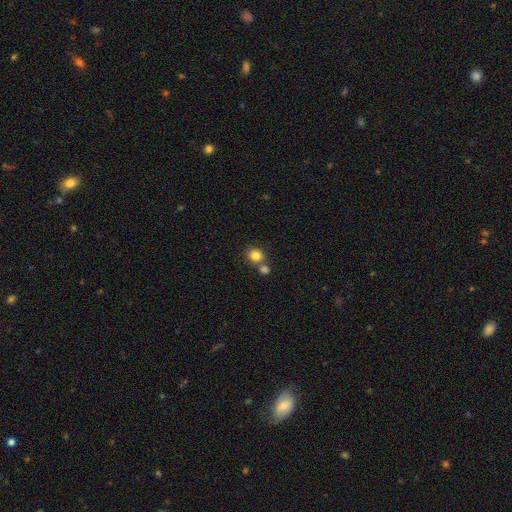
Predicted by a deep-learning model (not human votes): Q: Smooth or featured?
A: smooth (83%); runner-up: star or artifact (11%)
Q: How rounded?
A: round (82%); runner-up: in between (17%)
Q: Merging?
A: none (59%); runner-up: merger (30%)